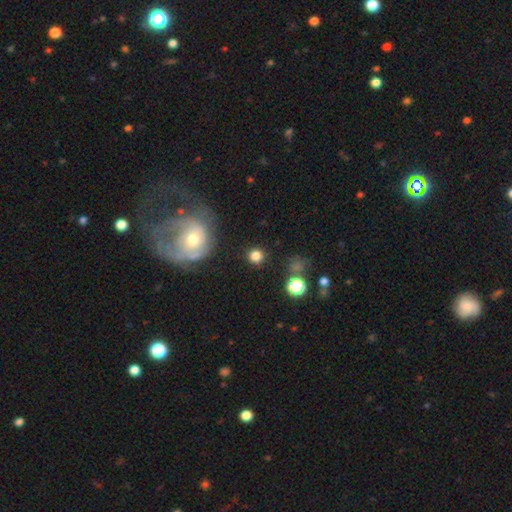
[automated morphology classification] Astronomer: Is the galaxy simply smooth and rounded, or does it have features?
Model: smooth — 80%.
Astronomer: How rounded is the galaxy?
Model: round — 88%.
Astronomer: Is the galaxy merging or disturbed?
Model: none — 85%.